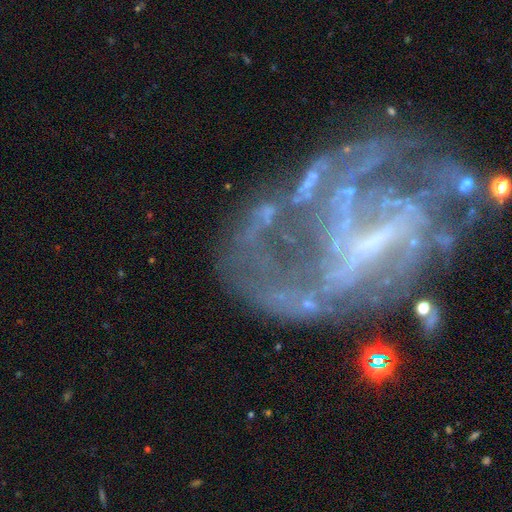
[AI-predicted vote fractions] smooth_or_featured: featured or disk (p=0.70) [alt: star or artifact p=0.18]
disk_edge_on: no (p=0.95) [alt: yes p=0.05]
bar: no (p=0.39) [alt: strong p=0.31]
has_spiral_arms: yes (p=0.57) [alt: no p=0.43]
bulge_size: none (p=0.47) [alt: small p=0.29]
merging: none (p=0.45) [alt: major disturbance p=0.31]